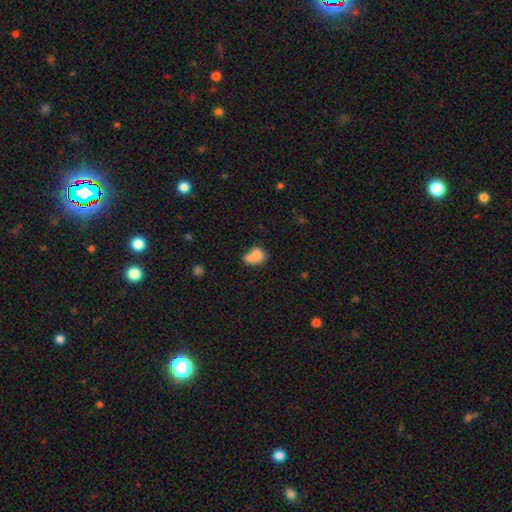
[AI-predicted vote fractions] Q: Smooth or featured?
A: smooth (74%); runner-up: featured or disk (16%)
Q: How rounded?
A: in between (53%); runner-up: round (45%)
Q: Merging?
A: merger (43%); runner-up: none (28%)